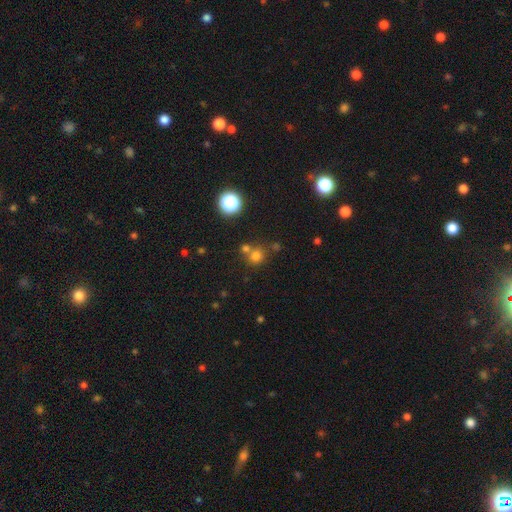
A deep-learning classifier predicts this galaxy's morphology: This appears to be a smooth galaxy with no disk features (69%) that is round (87%). Merging: none (60%).